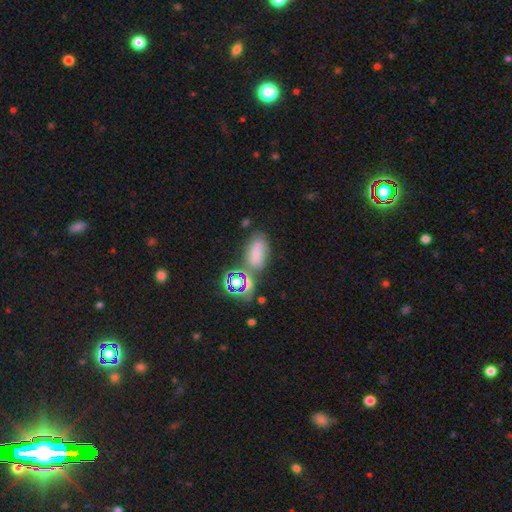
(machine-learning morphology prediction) This is possibly a smooth galaxy (49%). Merging: possibly none (55%).